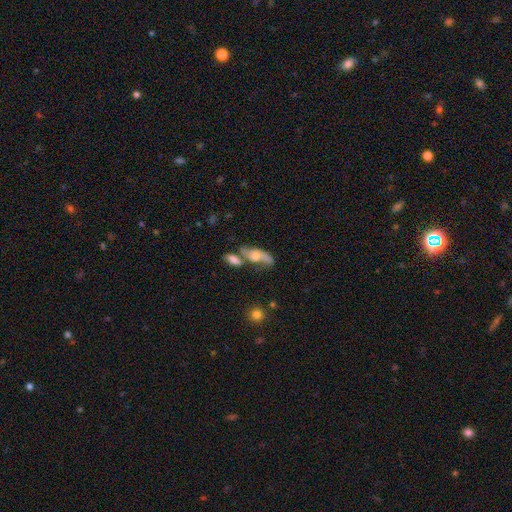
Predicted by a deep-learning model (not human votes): smooth-or-featured: featured or disk: 48% | smooth: 43% | star or artifact: 9%
  merging: merger: 37% | none: 33% | minor disturbance: 18% | major disturbance: 13%